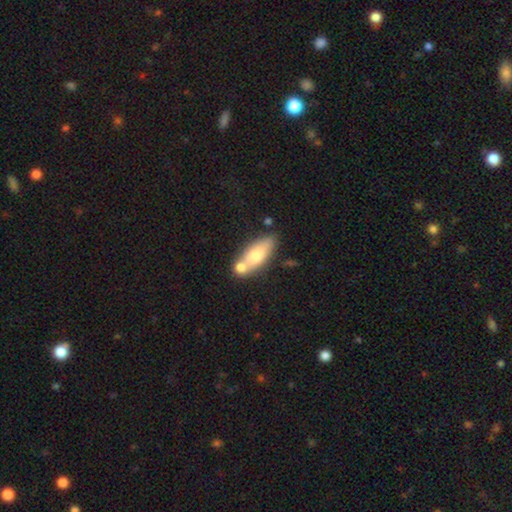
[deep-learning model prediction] Smooth or featured?
  - smooth: 66% *
  - featured or disk: 27%
  - star or artifact: 6%
How rounded?
  - in between: 71% *
  - cigar-shaped: 25%
  - round: 4%
Merging?
  - none: 49% *
  - merger: 34%
  - minor disturbance: 13%
  - major disturbance: 4%